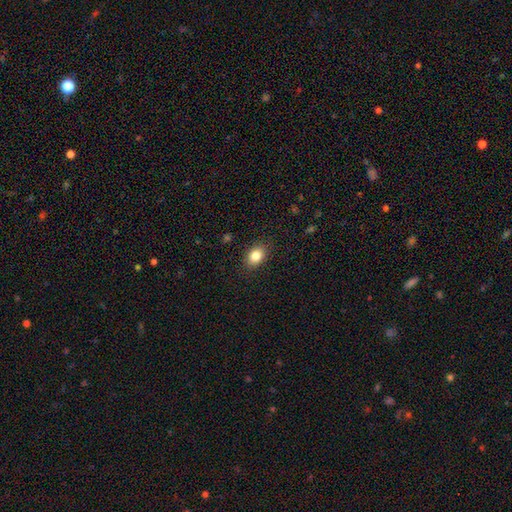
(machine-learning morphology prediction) type=smooth (84%); roundness=in between (75%); merging=none (88%).